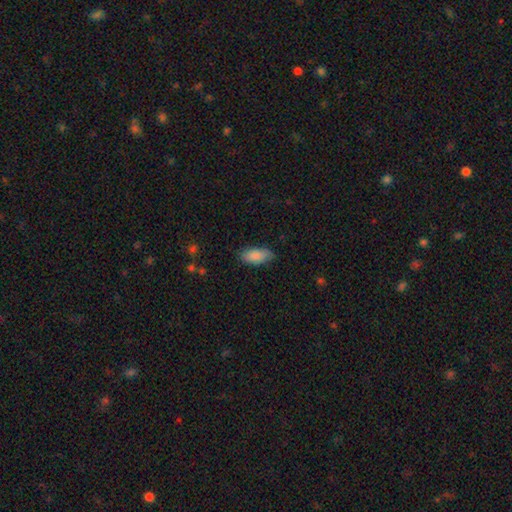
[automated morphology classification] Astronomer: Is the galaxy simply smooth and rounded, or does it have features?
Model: smooth — 87%.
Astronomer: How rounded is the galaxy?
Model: in between — 88%.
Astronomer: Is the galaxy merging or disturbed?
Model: none — 81%.